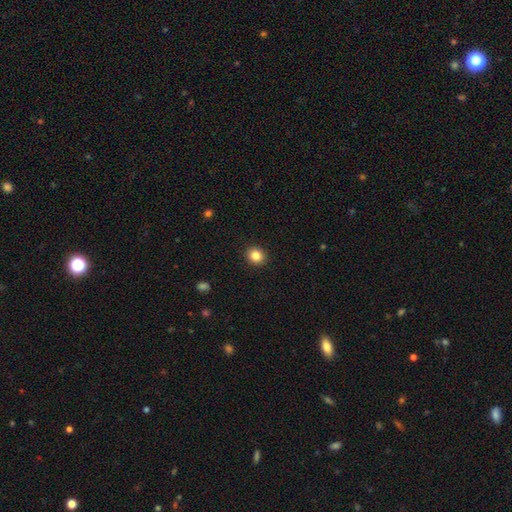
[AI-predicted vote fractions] Smooth or featured? smooth (85%)
How rounded? round (82%)
Merging? none (92%)